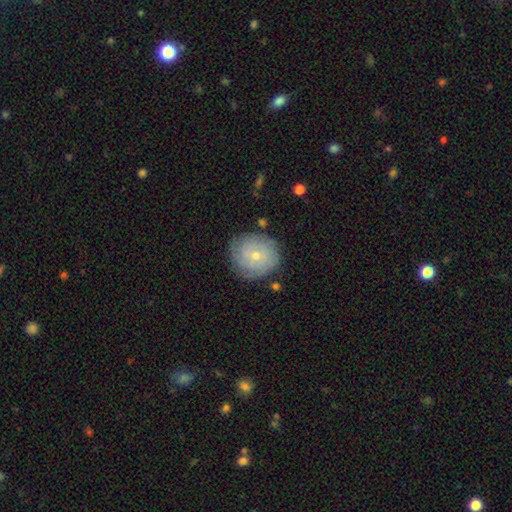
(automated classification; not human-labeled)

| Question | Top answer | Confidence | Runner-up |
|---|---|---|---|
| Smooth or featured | featured or disk | 63% | smooth (29%) |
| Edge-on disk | no | 97% | yes (3%) |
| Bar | no | 78% | weak (19%) |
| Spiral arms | yes | 86% | no (14%) |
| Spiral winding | tight | 78% | medium (17%) |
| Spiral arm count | can't tell | 48% | 3 (16%) |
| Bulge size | small | 68% | moderate (29%) |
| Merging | none | 79% | minor disturbance (14%) |